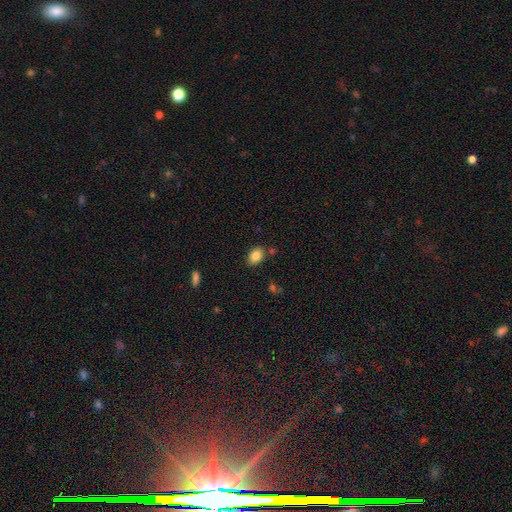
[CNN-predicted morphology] smooth 85%, star or artifact 9%, featured or disk 6%. Down the decision tree: how rounded — in between (74%); merging — none (80%).